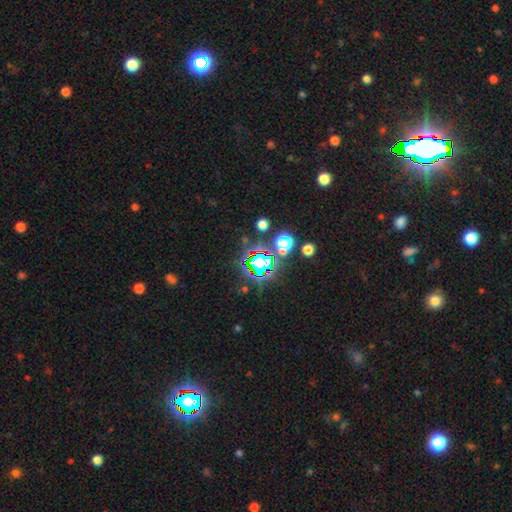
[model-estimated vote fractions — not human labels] Overall: star or artifact (81%).